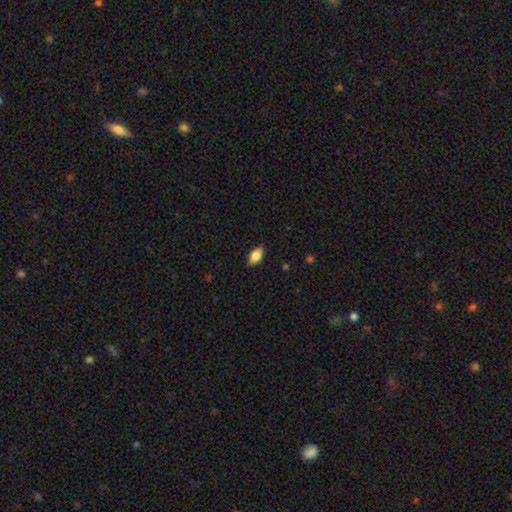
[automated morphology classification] smooth 77%, featured or disk 16%, star or artifact 7%. Down the decision tree: how rounded — in between (88%); merging — none (87%).